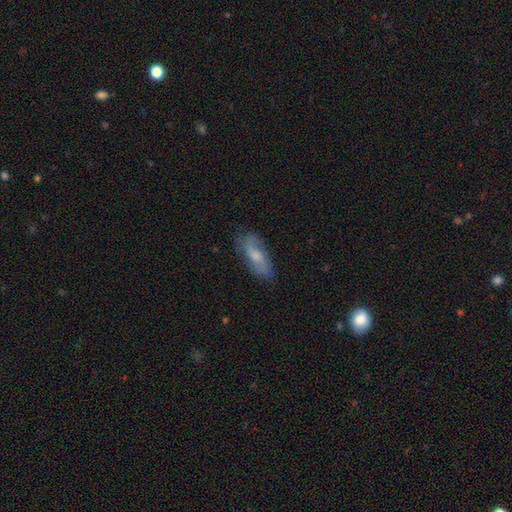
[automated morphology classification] Smooth or featured? smooth (47%)
Merging? none (70%)